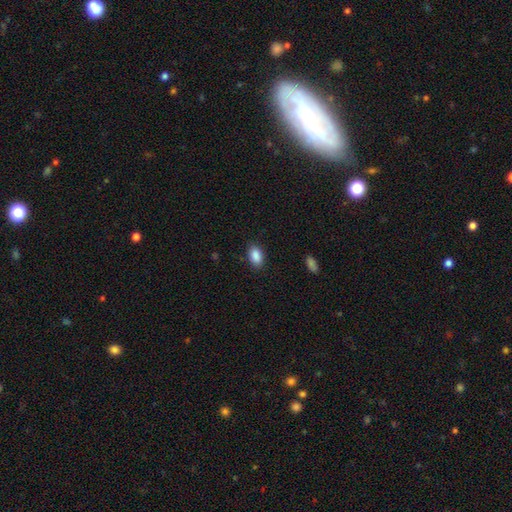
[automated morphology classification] Smooth or featured? smooth (89%)
How rounded? in between (91%)
Merging? none (86%)